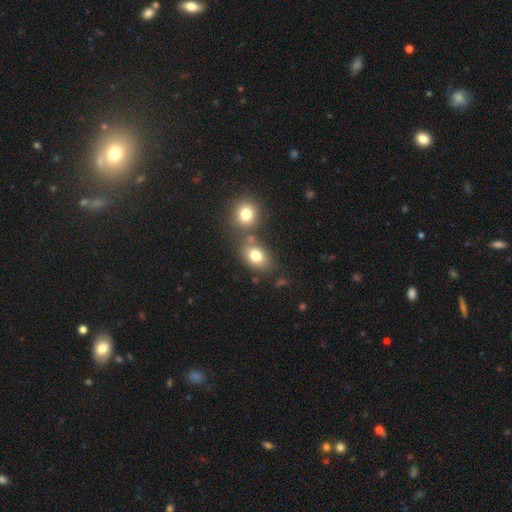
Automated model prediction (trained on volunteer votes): This is likely a smooth galaxy (78%). How rounded: likely in between (64%). Merging: possibly none (53%).